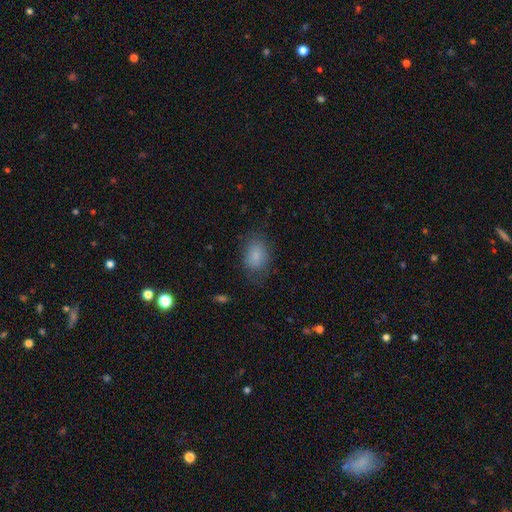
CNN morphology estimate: Smooth or featured: smooth — 82% (featured or disk — 10%)
How rounded: in between — 80% (round — 18%)
Merging: none — 69% (minor disturbance — 21%)